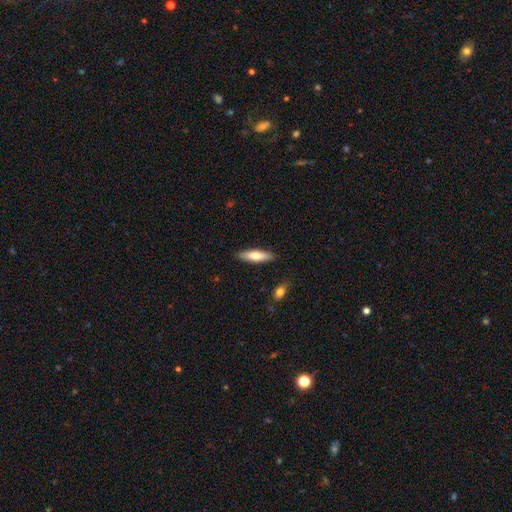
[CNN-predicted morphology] A smooth galaxy with no disk features (63%) that is cigar-shaped (70%). Merging: none (89%).